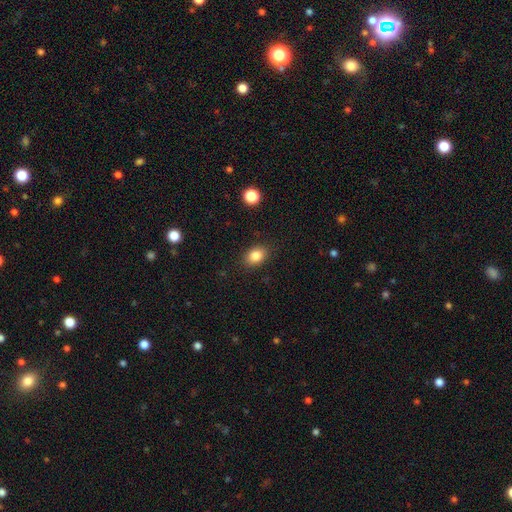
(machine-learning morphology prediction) smooth-or-featured: smooth: 84% | star or artifact: 10% | featured or disk: 6%
  how-rounded: in between: 64% | round: 35% | cigar-shaped: 1%
  merging: none: 86% | minor disturbance: 10% | major disturbance: 3% | merger: 1%